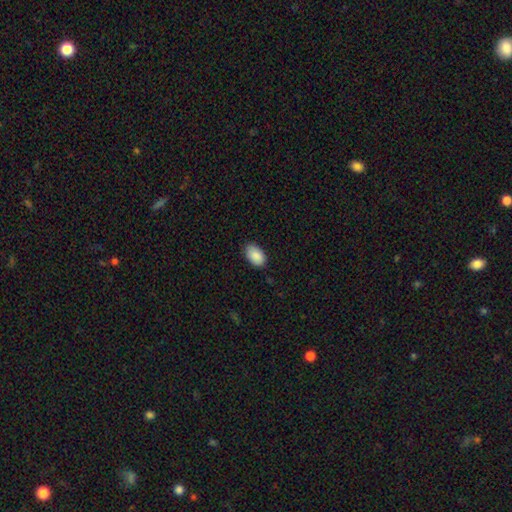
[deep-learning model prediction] This appears to be a smooth galaxy with no disk features (90%) that is in between round and cigar-shaped (93%). Merging: none (81%).